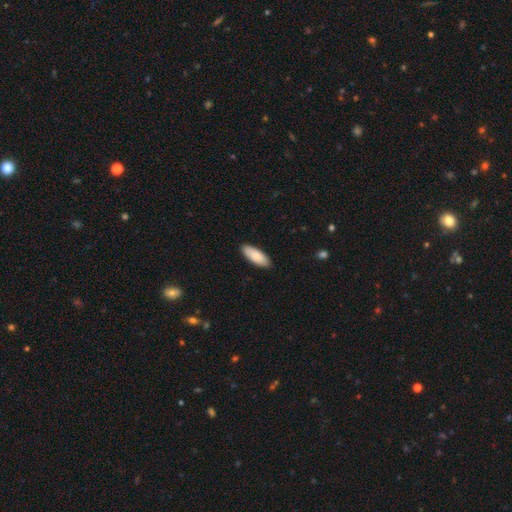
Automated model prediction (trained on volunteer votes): smooth 87%, featured or disk 8%, star or artifact 5%. Down the decision tree: how rounded — in between (74%); merging — none (89%).